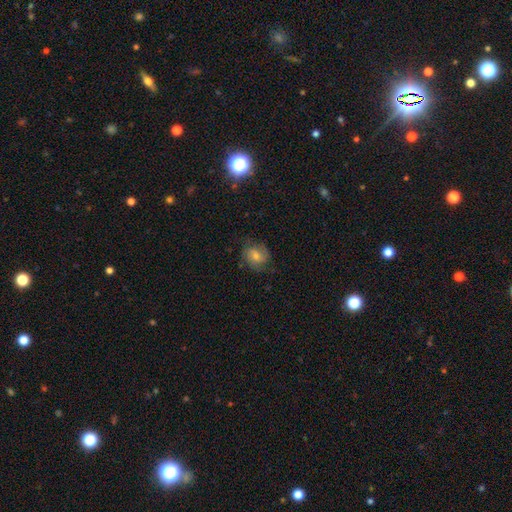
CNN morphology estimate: Q: Smooth or featured?
A: featured or disk (54%); runner-up: smooth (30%)
Q: Edge-on disk?
A: no (97%); runner-up: yes (3%)
Q: Bar?
A: no (61%); runner-up: weak (33%)
Q: Spiral arms?
A: yes (89%); runner-up: no (11%)
Q: Bulge size?
A: moderate (49%); runner-up: small (37%)
Q: Merging?
A: none (75%); runner-up: minor disturbance (16%)